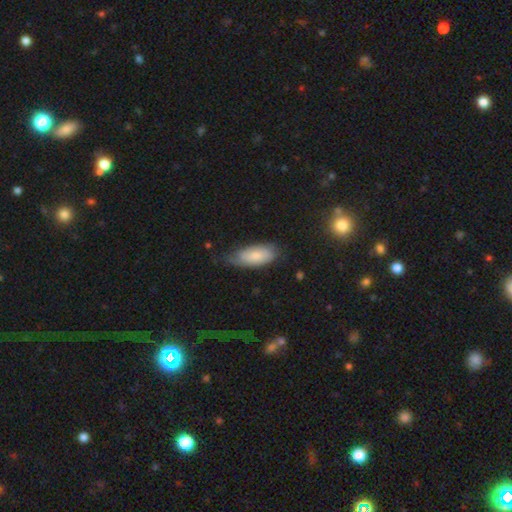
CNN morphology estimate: A smooth galaxy with no disk features (71%) that is in between round and cigar-shaped (84%).

Vote fractions:
- Smooth or featured? smooth: 71% / featured or disk: 23% / star or artifact: 6%
- How rounded? in between: 84% / cigar-shaped: 14% / round: 2%
- Merging? none: 53% / minor disturbance: 35% / major disturbance: 10% / merger: 2%